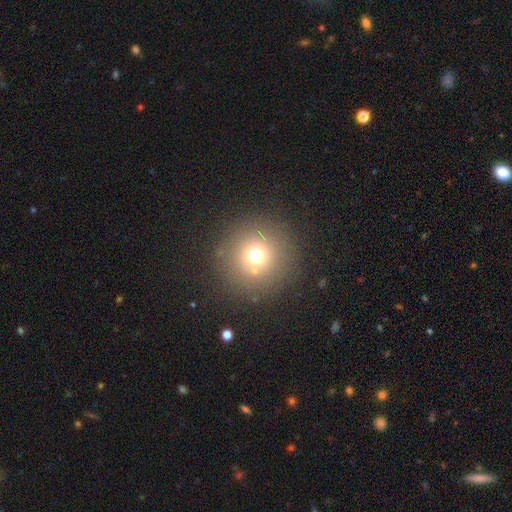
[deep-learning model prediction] Smooth or featured? Predicted: smooth (p=0.69). How rounded? Predicted: round (p=0.95). Merging? Predicted: none (p=0.87).